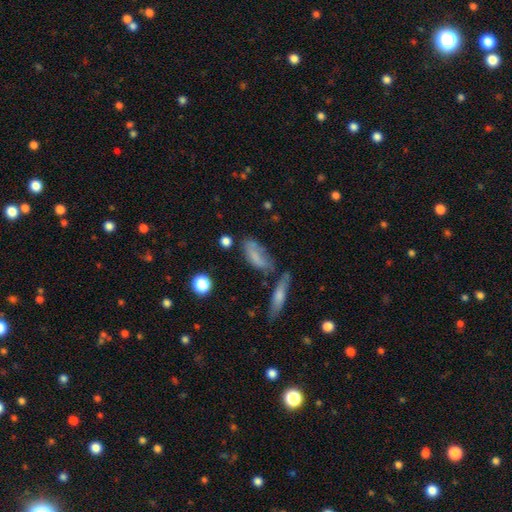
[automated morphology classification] The model was most divided on "merging": none: 44%, minor disturbance: 27%, merger: 15%, major disturbance: 14%. More confident: how rounded — in between (74%); smooth or featured — smooth (67%).